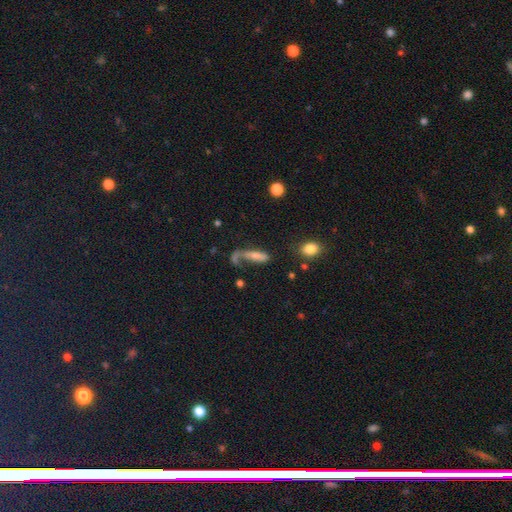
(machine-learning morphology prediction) smooth-or-featured: smooth: 60% | featured or disk: 29% | star or artifact: 11%
  how-rounded: cigar-shaped: 49% | in between: 46% | round: 4%
  merging: major disturbance: 36% | none: 30% | merger: 17% | minor disturbance: 17%